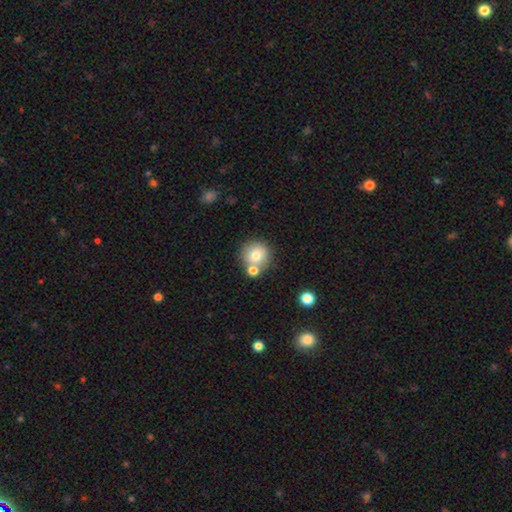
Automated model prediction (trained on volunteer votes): Smooth or featured?
  - smooth: 76% *
  - featured or disk: 13%
  - star or artifact: 10%
How rounded?
  - round: 92% *
  - in between: 7%
  - cigar-shaped: 1%
Merging?
  - none: 65% *
  - merger: 23%
  - minor disturbance: 9%
  - major disturbance: 3%